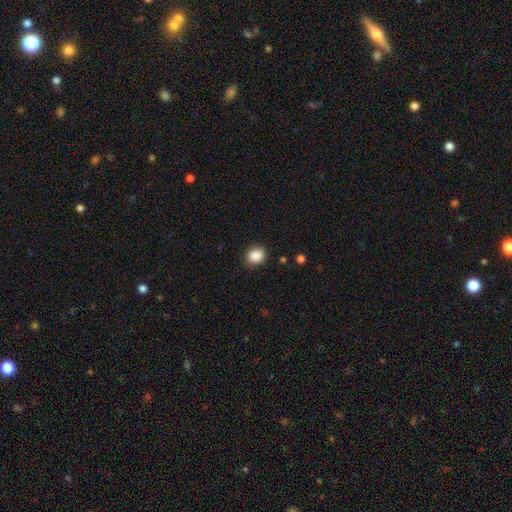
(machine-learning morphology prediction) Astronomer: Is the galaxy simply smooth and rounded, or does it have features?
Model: smooth — 88%.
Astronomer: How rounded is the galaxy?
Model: round — 54% (runner-up: in between, 45%).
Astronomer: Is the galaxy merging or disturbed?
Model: none — 84%.